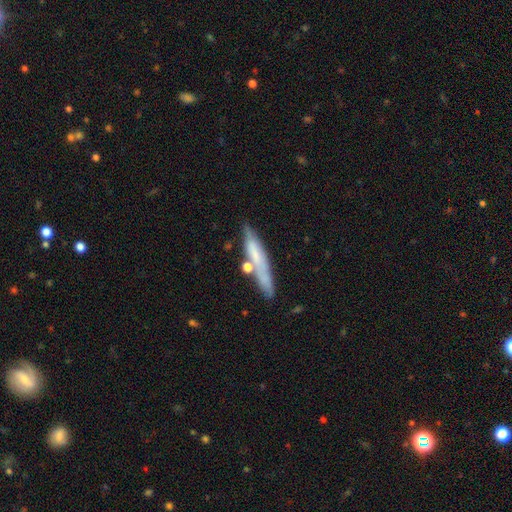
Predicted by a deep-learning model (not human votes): A smooth galaxy with no disk features (54%) that is cigar-shaped (88%). Merging: none (66%).